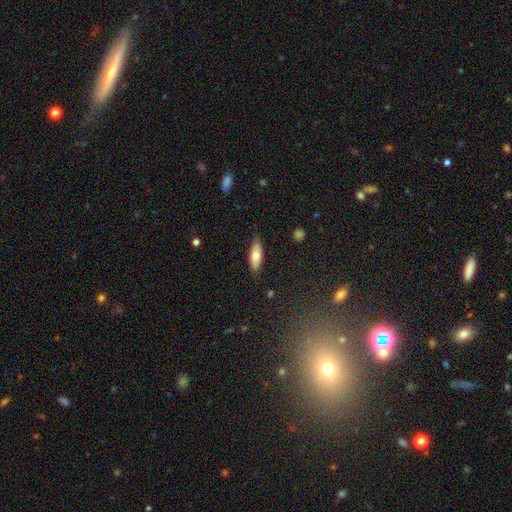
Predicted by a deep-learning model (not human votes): A smooth galaxy with no disk features (72%) that is in between round and cigar-shaped (64%). Merging: none (83%).